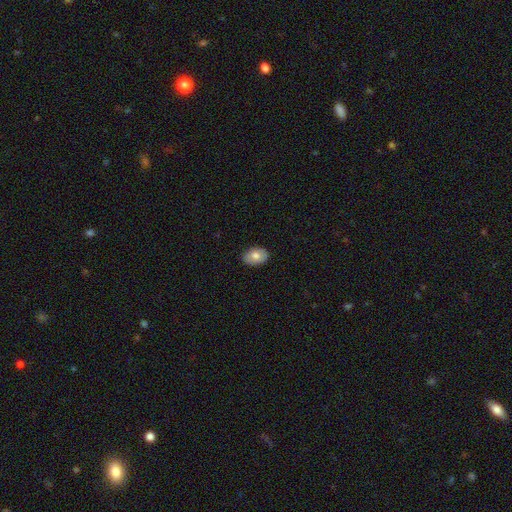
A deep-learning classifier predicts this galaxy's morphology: Overall: smooth (77%). How rounded: in between (84%). Merging: none (89%).